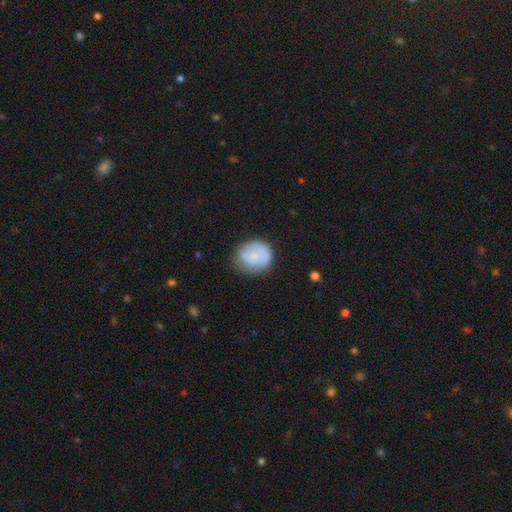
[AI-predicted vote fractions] smooth 59%, featured or disk 34%, star or artifact 7%. Down the decision tree: how rounded — round (78%); merging — none (64%).